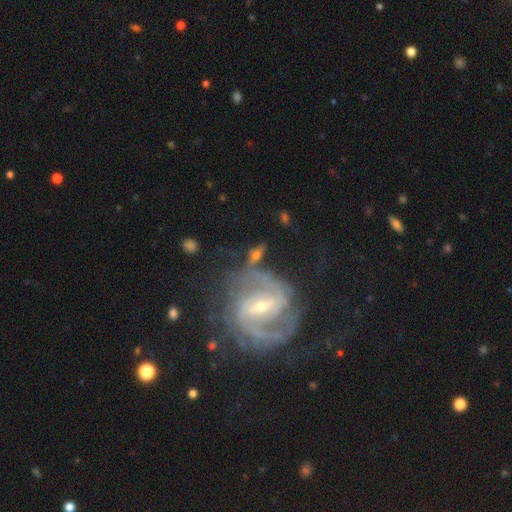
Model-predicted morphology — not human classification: Smooth or featured: featured or disk — 79% (smooth — 13%)
Edge-on disk: no — 94% (yes — 6%)
Bar: strong — 41% (tied with weak — 41%)
Spiral arms: yes — 92% (no — 8%)
Spiral winding: tight — 45% (medium — 41%)
Spiral arm count: 2 — 58% (can't tell — 17%)
Bulge size: small — 57% (moderate — 37%)
Merging: none — 59% (minor disturbance — 18%)